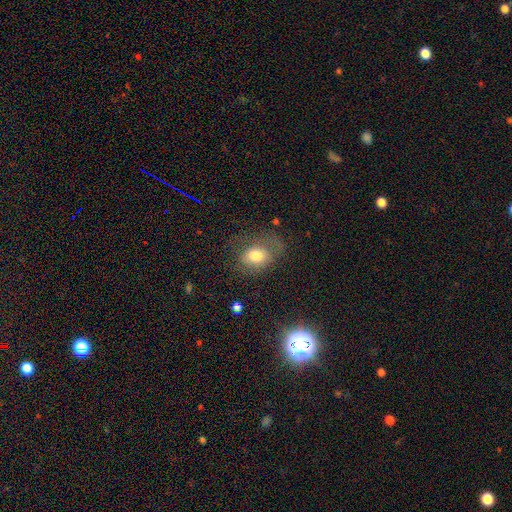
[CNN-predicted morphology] This appears to be a smooth galaxy with no disk features (72%) that is in between round and cigar-shaped (68%). Merging: none (49%).